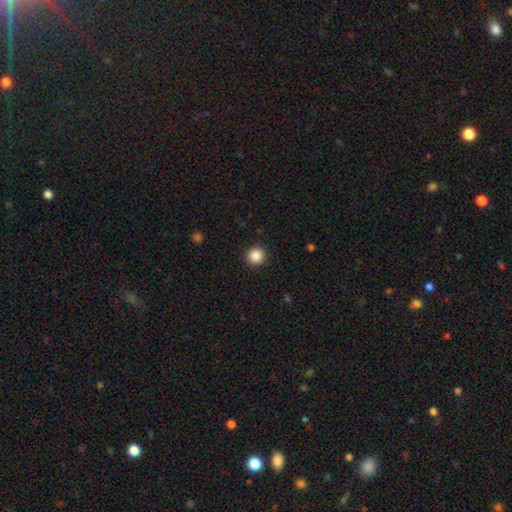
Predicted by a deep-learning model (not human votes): A smooth galaxy with no disk features (87%) that is round (95%).

Vote fractions:
- Smooth or featured? smooth: 87% / star or artifact: 10% / featured or disk: 3%
- How rounded? round: 95% / in between: 4% / cigar-shaped: 1%
- Merging? none: 92% / minor disturbance: 5% / major disturbance: 2% / merger: 1%